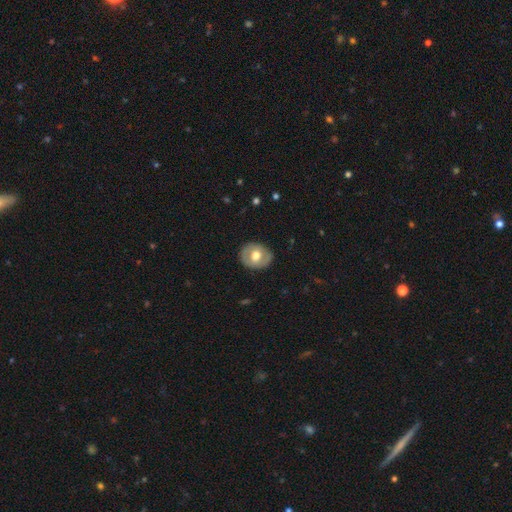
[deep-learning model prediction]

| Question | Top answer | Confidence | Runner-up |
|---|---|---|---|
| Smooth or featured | smooth | 47% | tied: featured or disk (47%) |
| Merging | none | 82% | minor disturbance (13%) |